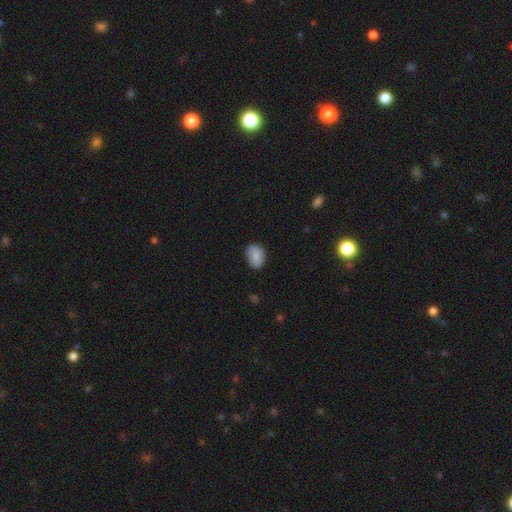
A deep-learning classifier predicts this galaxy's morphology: Q: Smooth or featured?
A: smooth (84%); runner-up: featured or disk (9%)
Q: How rounded?
A: in between (76%); runner-up: round (22%)
Q: Merging?
A: none (78%); runner-up: minor disturbance (17%)